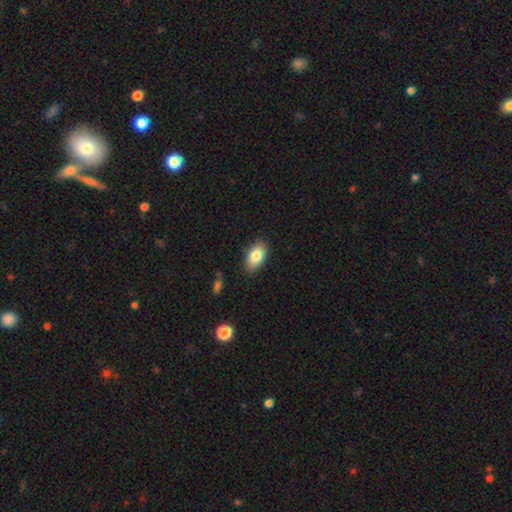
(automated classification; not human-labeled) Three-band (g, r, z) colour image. It shows a smooth galaxy with no disk features (83%) that is in between round and cigar-shaped (93%). Merging: none (86%).